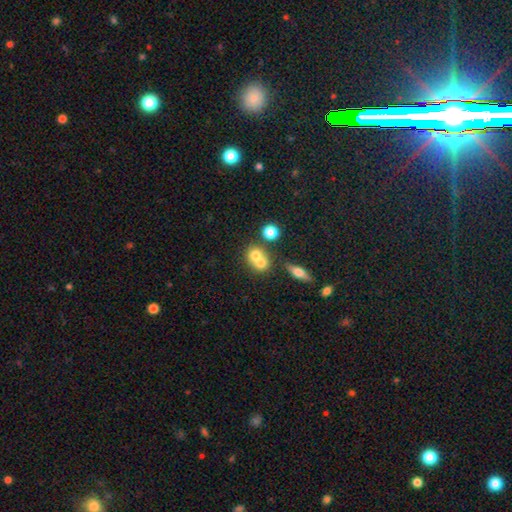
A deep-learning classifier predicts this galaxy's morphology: Q: Smooth or featured?
A: smooth (67%); runner-up: featured or disk (21%)
Q: How rounded?
A: round (74%); runner-up: in between (24%)
Q: Merging?
A: merger (60%); runner-up: none (31%)